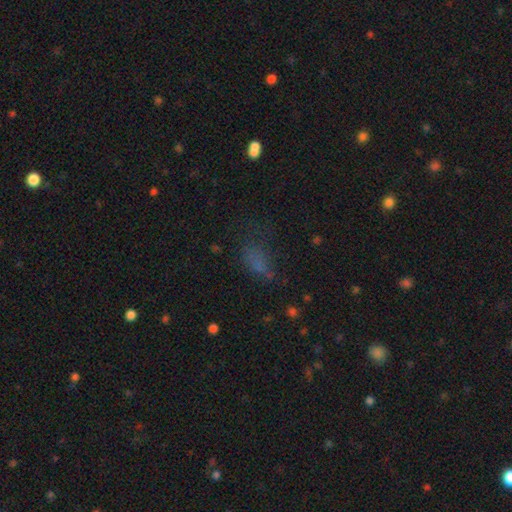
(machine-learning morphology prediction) Smooth or featured? smooth (58%)
How rounded? in between (78%)
Merging? none (48%)